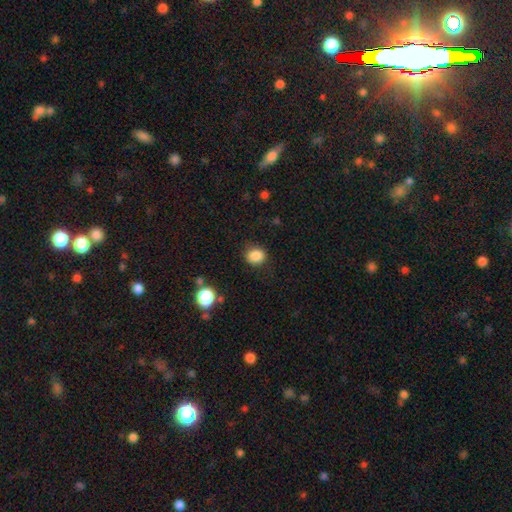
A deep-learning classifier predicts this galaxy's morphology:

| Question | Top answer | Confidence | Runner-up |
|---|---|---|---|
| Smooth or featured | smooth | 86% | star or artifact (10%) |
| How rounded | round | 71% | in between (28%) |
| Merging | none | 84% | minor disturbance (11%) |